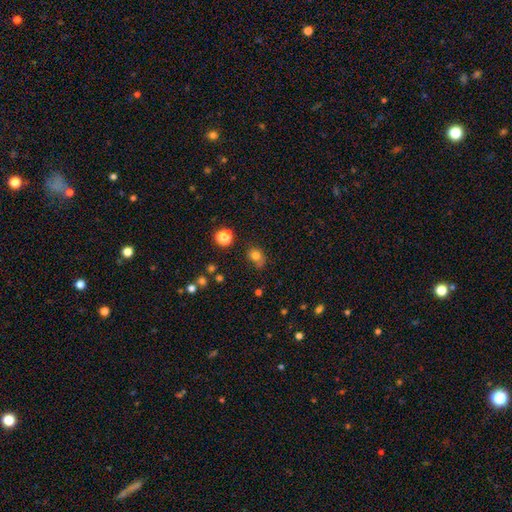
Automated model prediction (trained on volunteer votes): smooth 77%, star or artifact 15%, featured or disk 7%. Down the decision tree: how rounded — round (65%); merging — none (56%).